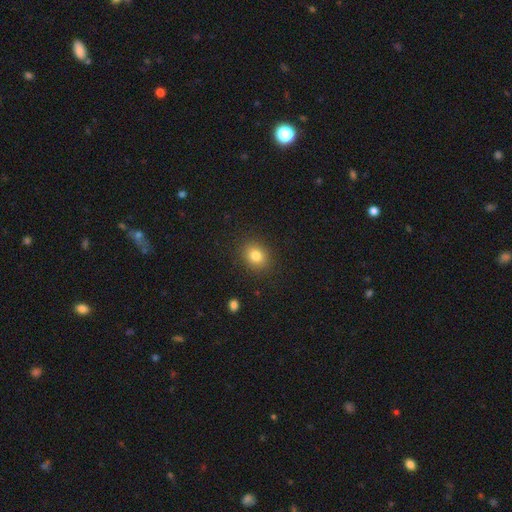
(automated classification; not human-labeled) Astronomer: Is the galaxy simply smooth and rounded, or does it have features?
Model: smooth — 82%.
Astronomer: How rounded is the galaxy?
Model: round — 57% (runner-up: in between, 42%).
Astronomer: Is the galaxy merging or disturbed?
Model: none — 88%.